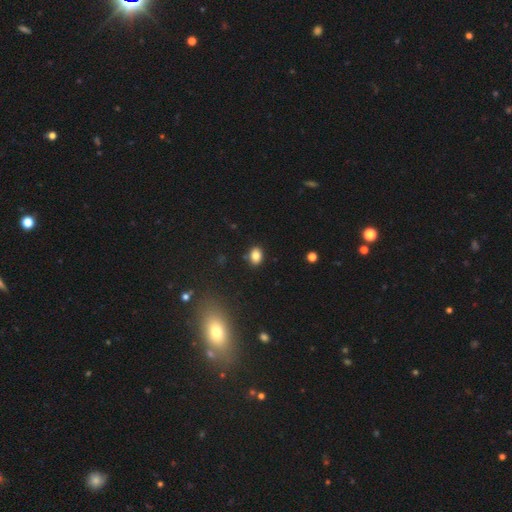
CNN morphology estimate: Smooth or featured? Predicted: smooth (p=0.83). How rounded? Predicted: in between (p=0.67). Merging? Predicted: none (p=0.86).